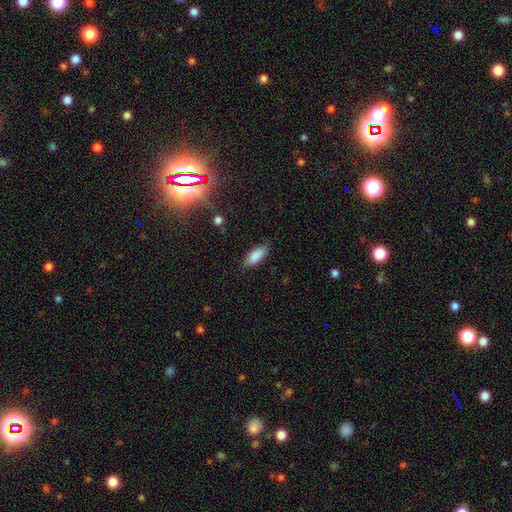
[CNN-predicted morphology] Overall: smooth (87%). How rounded: in between (80%). Merging: none (81%).